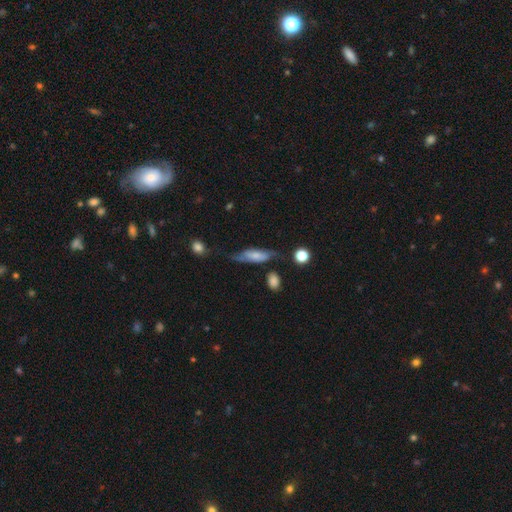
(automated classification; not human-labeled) This appears to be a smooth galaxy with no disk features (49%). Merging: none (50%).